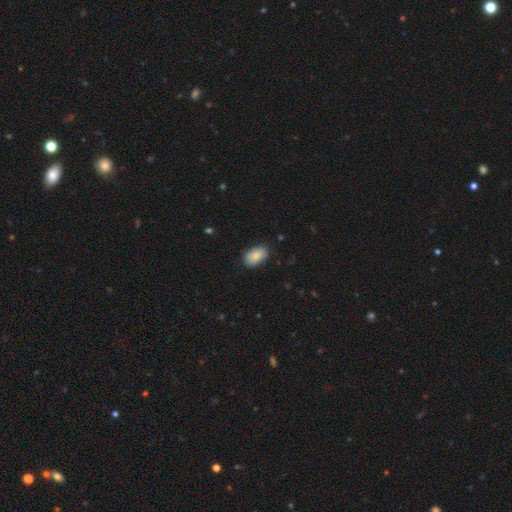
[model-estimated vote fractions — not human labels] This is clearly a smooth galaxy (88%). How rounded: clearly in between (93%). Merging: clearly none (81%).